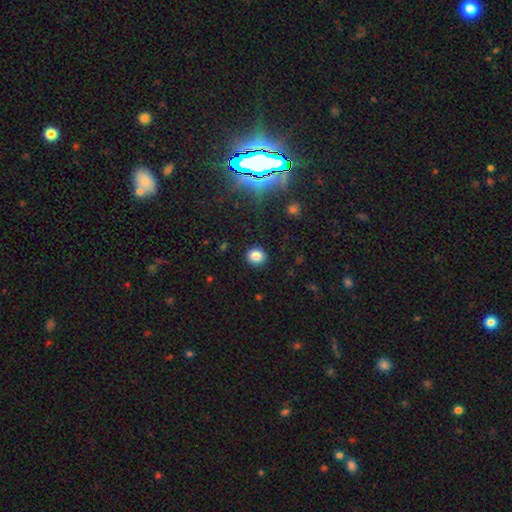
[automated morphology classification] smooth 83%, star or artifact 12%, featured or disk 5%. Down the decision tree: how rounded — round (80%); merging — none (90%).